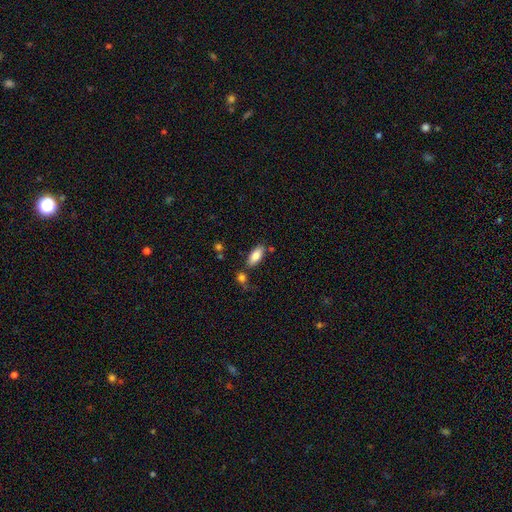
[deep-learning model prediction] smooth 84%, featured or disk 10%, star or artifact 7%. Down the decision tree: how rounded — in between (85%); merging — none (74%).